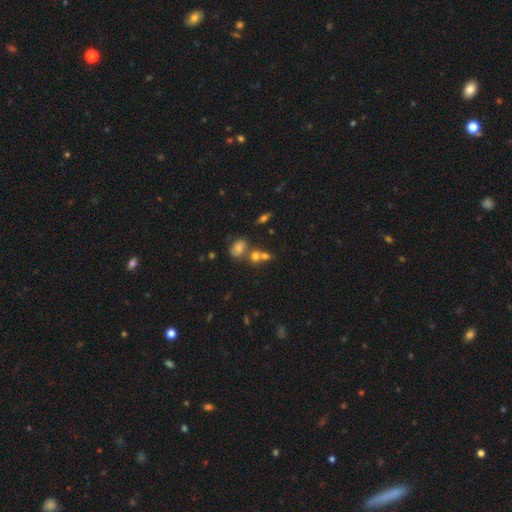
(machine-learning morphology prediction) Q: Smooth or featured?
A: smooth (55%); runner-up: star or artifact (28%)
Q: How rounded?
A: in between (61%); runner-up: round (34%)
Q: Merging?
A: none (48%); runner-up: merger (36%)